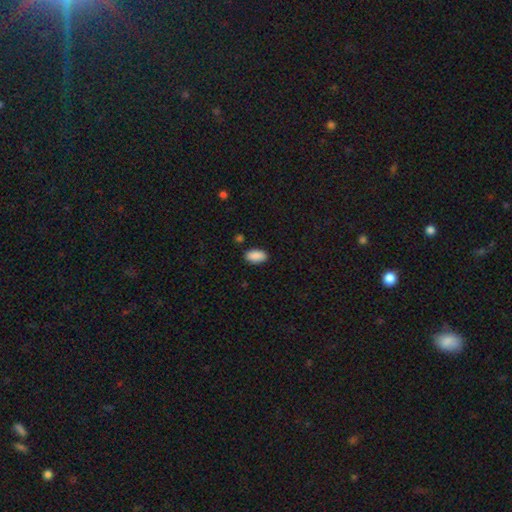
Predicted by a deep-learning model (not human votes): Smooth or featured: smooth — 90% (star or artifact — 7%)
How rounded: in between — 94% (round — 3%)
Merging: none — 87% (minor disturbance — 9%)